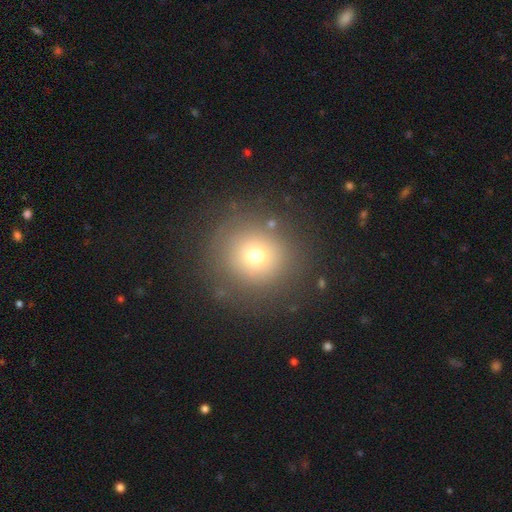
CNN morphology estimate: This is likely a smooth galaxy (68%). How rounded: clearly round (93%). Merging: clearly none (83%).